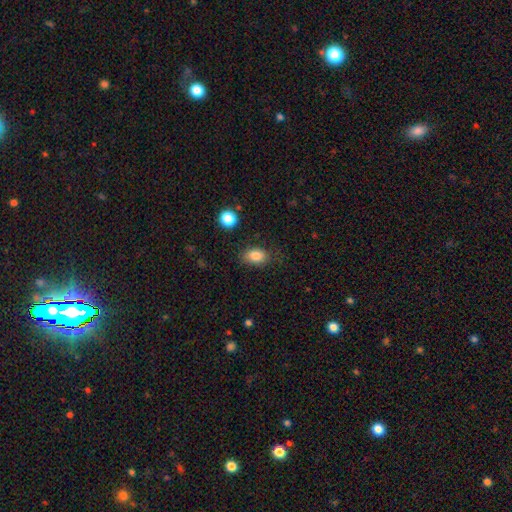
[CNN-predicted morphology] Q: Smooth or featured?
A: smooth (84%); runner-up: star or artifact (9%)
Q: How rounded?
A: in between (82%); runner-up: round (16%)
Q: Merging?
A: none (77%); runner-up: minor disturbance (16%)